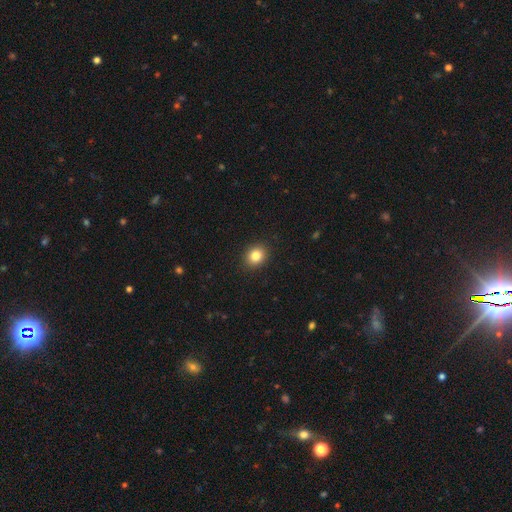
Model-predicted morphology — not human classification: A smooth galaxy with no disk features (84%) that is round (65%). Merging: none (91%).